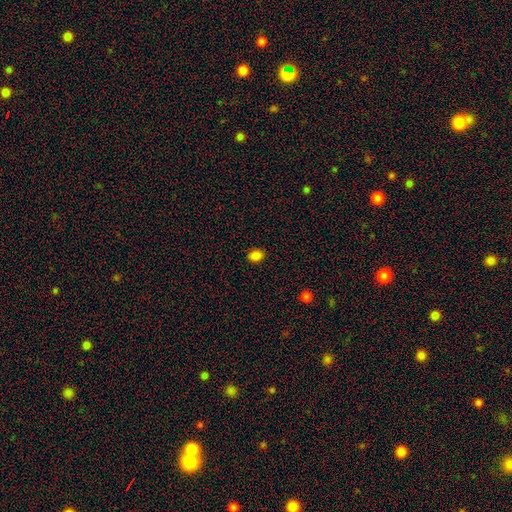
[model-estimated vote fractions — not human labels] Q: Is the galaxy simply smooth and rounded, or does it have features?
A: smooth — 84%.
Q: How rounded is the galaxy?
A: in between — 58%.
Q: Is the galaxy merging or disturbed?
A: none — 89%.